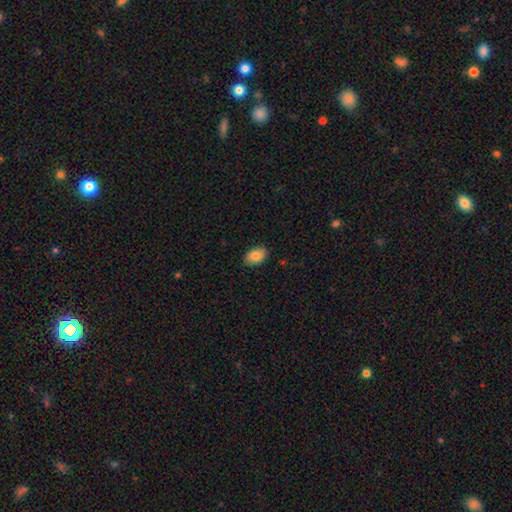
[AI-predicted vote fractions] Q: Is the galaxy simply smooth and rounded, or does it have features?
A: smooth — 84%.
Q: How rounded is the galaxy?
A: in between — 91%.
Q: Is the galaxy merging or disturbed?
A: none — 88%.